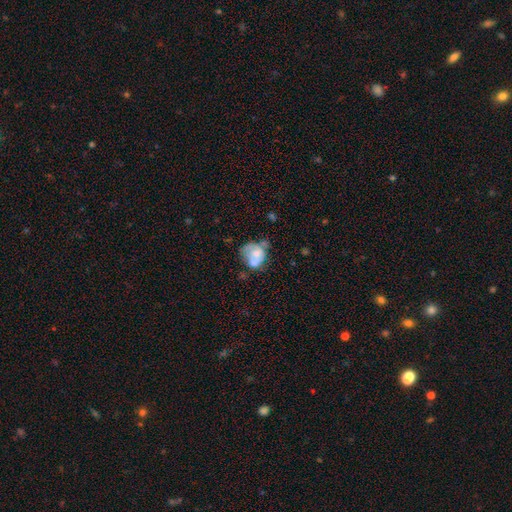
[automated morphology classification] The model was most divided on "smooth or featured": smooth: 48%, featured or disk: 43%, star or artifact: 9%. Remaining: merging — merger (33%).